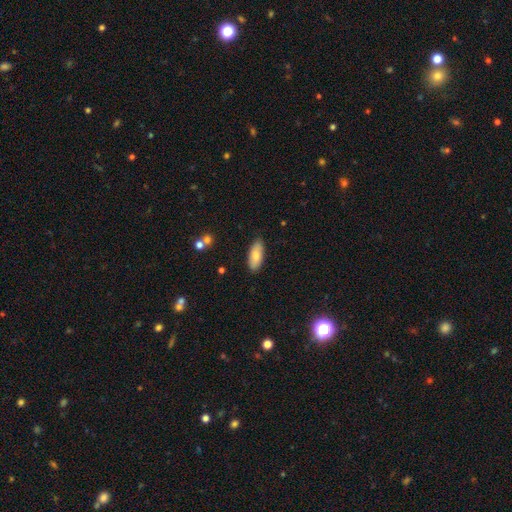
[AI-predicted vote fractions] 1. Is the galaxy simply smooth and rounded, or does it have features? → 79% smooth, 15% featured or disk, 6% star or artifact.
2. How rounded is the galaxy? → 81% in between, 17% cigar-shaped, 2% round.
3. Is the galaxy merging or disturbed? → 87% none, 10% minor disturbance, 2% major disturbance, 1% merger.